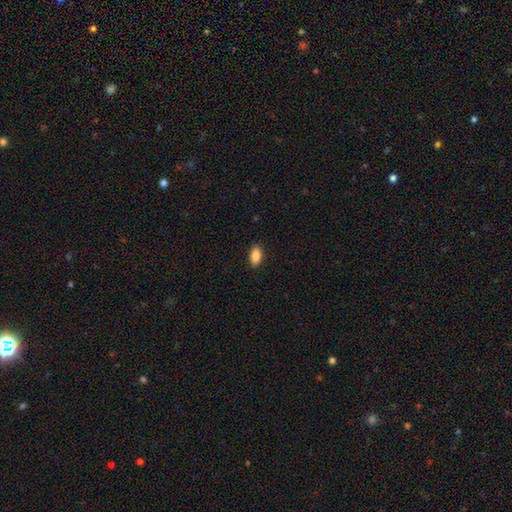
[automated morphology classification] Smooth or featured?
  - smooth: 88% *
  - star or artifact: 7%
  - featured or disk: 5%
How rounded?
  - in between: 91% *
  - cigar-shaped: 6%
  - round: 4%
Merging?
  - none: 89% *
  - minor disturbance: 8%
  - major disturbance: 2%
  - merger: 1%